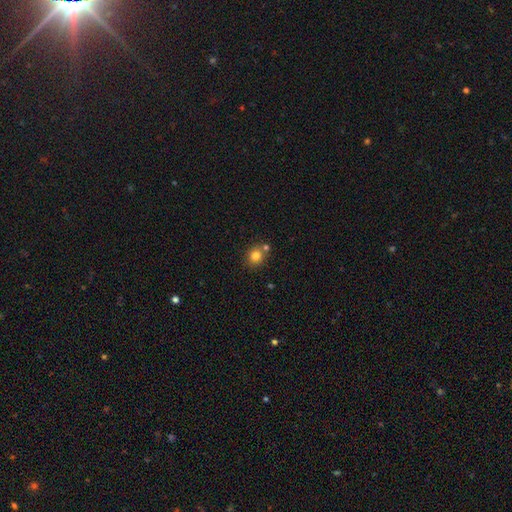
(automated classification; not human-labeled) Overall: smooth (81%). How rounded: round (80%). Merging: none (70%).